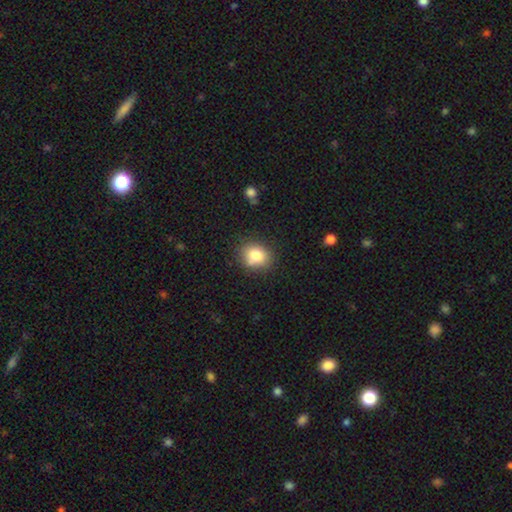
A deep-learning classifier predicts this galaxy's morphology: Q: Smooth or featured?
A: smooth (80%); runner-up: star or artifact (11%)
Q: How rounded?
A: round (65%); runner-up: in between (34%)
Q: Merging?
A: none (79%); runner-up: minor disturbance (14%)